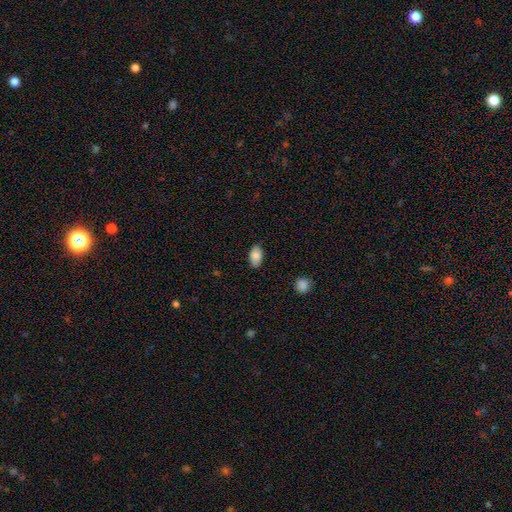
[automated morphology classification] This appears to be a smooth galaxy with no disk features (83%) that is in between round and cigar-shaped (94%). Merging: none (85%).